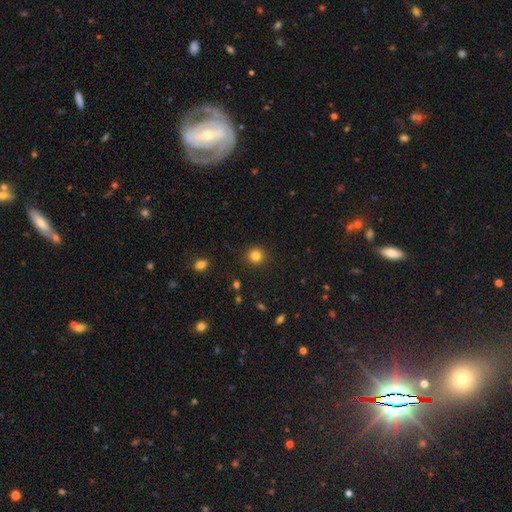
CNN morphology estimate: A smooth galaxy with no disk features (81%) that is round (94%). Merging: none (92%).